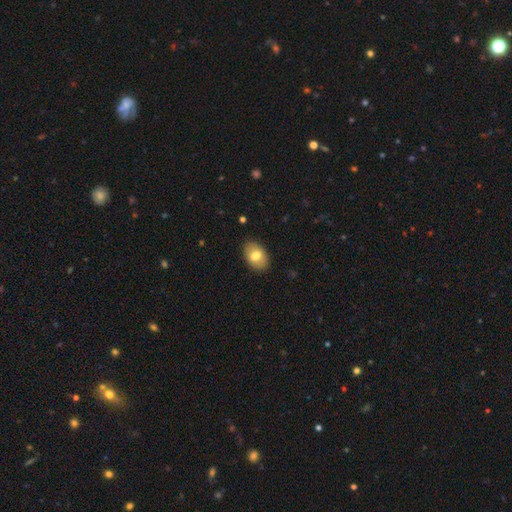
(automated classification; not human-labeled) The model was most divided on "smooth or featured": smooth: 76%, featured or disk: 17%, star or artifact: 7%. More confident: merging — none (87%); how rounded — in between (86%).